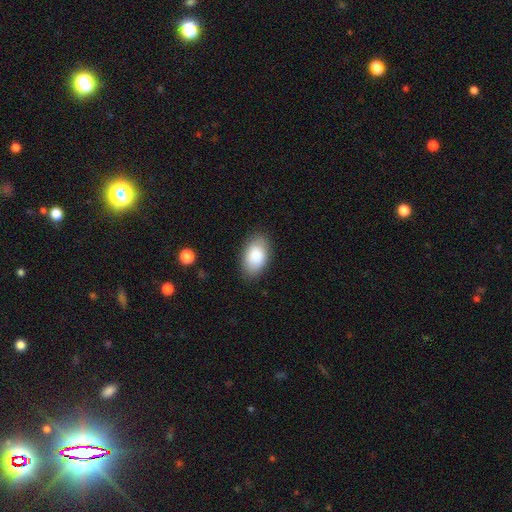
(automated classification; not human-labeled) Smooth or featured? smooth (85%)
How rounded? in between (93%)
Merging? none (84%)